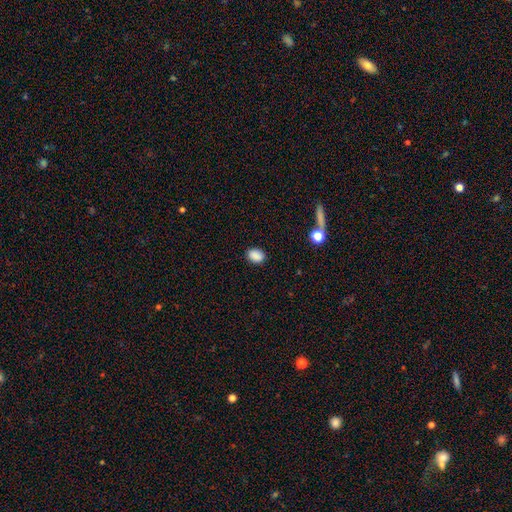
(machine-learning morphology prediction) Q: Smooth or featured?
A: smooth (88%); runner-up: star or artifact (9%)
Q: How rounded?
A: in between (69%); runner-up: round (29%)
Q: Merging?
A: none (87%); runner-up: minor disturbance (9%)